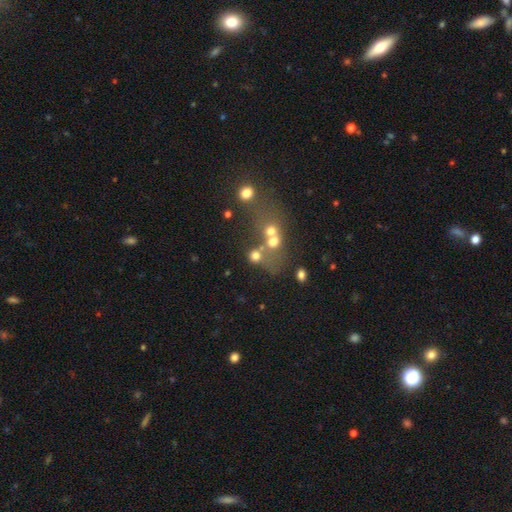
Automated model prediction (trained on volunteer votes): A smooth galaxy with no disk features (62%) that is round (77%).

Vote fractions:
- Smooth or featured? smooth: 62% / star or artifact: 20% / featured or disk: 18%
- How rounded? round: 77% / in between: 22% / cigar-shaped: 2%
- Merging? merger: 45% / none: 37% / major disturbance: 10% / minor disturbance: 9%